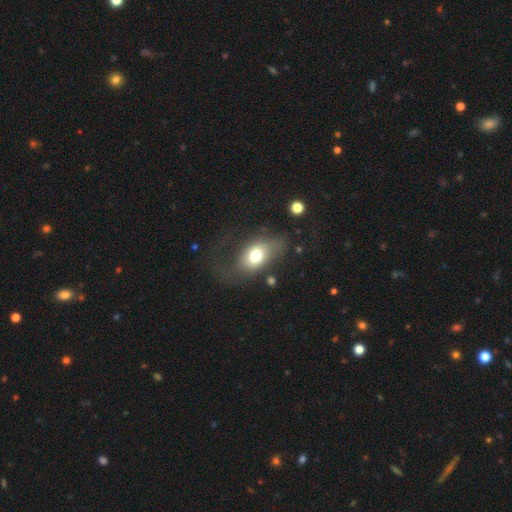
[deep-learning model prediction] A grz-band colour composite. It shows a smooth galaxy with no disk features (69%) that is in between round and cigar-shaped (82%). Merging: none (43%).